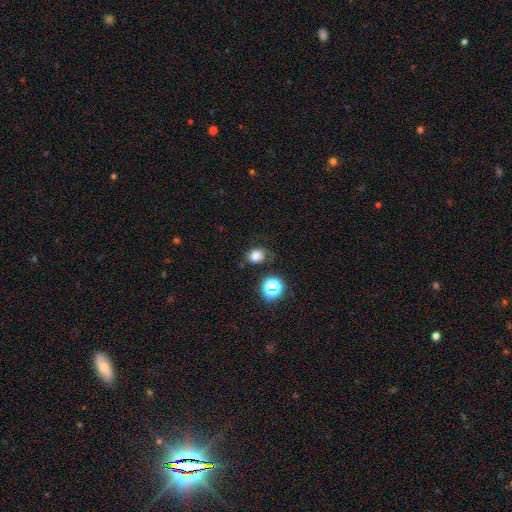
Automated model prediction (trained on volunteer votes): Morphology: type=smooth (74%); roundness=round (58%); merging=none (64%).